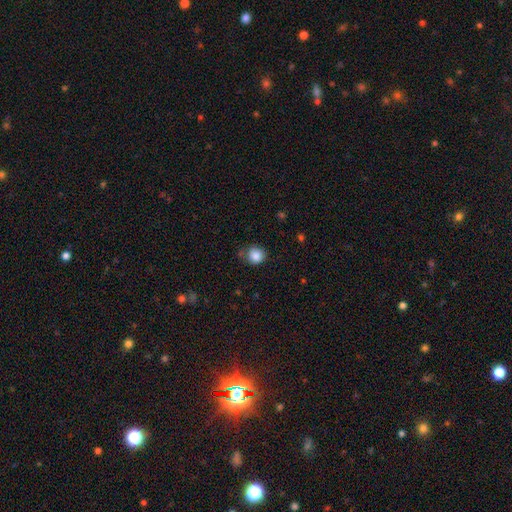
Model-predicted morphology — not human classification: A smooth galaxy with no disk features (86%) that is round (86%). Merging: none (69%).